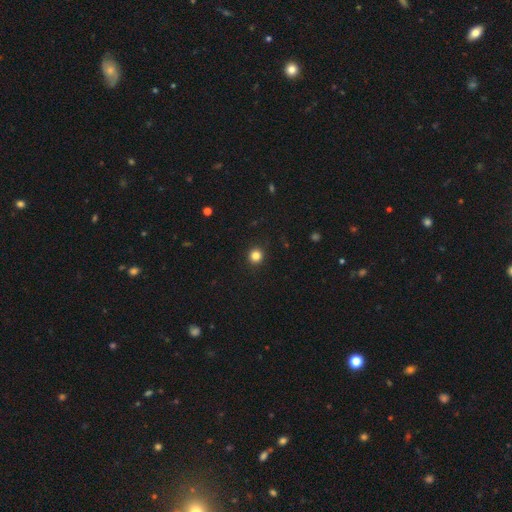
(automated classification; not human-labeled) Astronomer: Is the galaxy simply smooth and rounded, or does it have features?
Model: smooth — 84%.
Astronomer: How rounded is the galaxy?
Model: round — 93%.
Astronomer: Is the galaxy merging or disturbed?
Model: none — 93%.